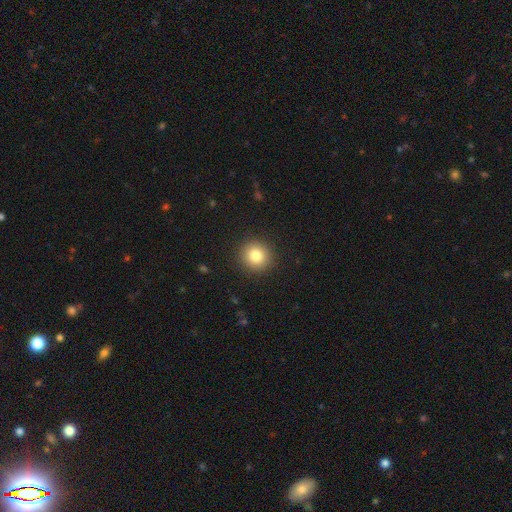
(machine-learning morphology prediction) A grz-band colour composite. It shows a smooth galaxy with no disk features (82%) that is round (93%). Merging: none (92%).